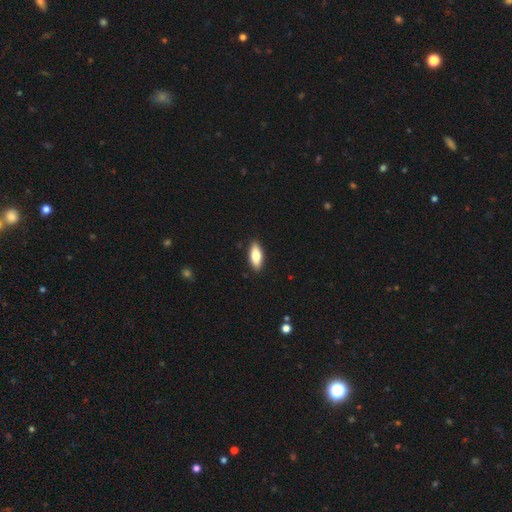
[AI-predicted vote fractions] A smooth galaxy with no disk features (76%) that is in between round and cigar-shaped (72%).

Vote fractions:
- Smooth or featured? smooth: 76% / featured or disk: 18% / star or artifact: 6%
- How rounded? in between: 72% / cigar-shaped: 26% / round: 2%
- Merging? none: 89% / minor disturbance: 8% / major disturbance: 2% / merger: 1%